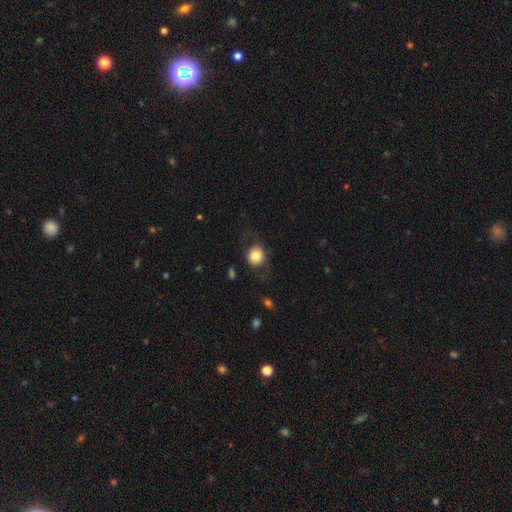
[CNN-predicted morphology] A smooth galaxy with no disk features (77%) that is round (72%). Merging: none (72%).